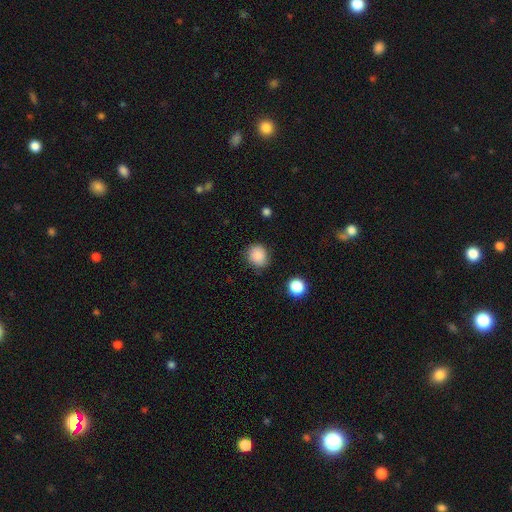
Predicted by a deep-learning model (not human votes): Smooth or featured? smooth (87%)
How rounded? round (78%)
Merging? none (81%)